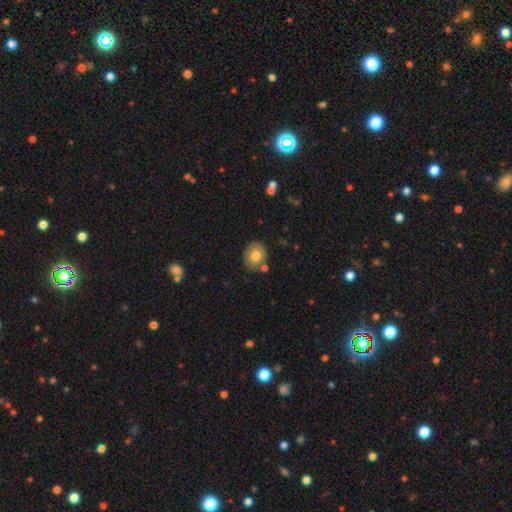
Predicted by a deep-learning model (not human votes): smooth_or_featured: smooth (p=0.76) [alt: featured or disk p=0.15]
how_rounded: round (p=0.60) [alt: in between p=0.40]
merging: none (p=0.76) [alt: minor disturbance p=0.13]